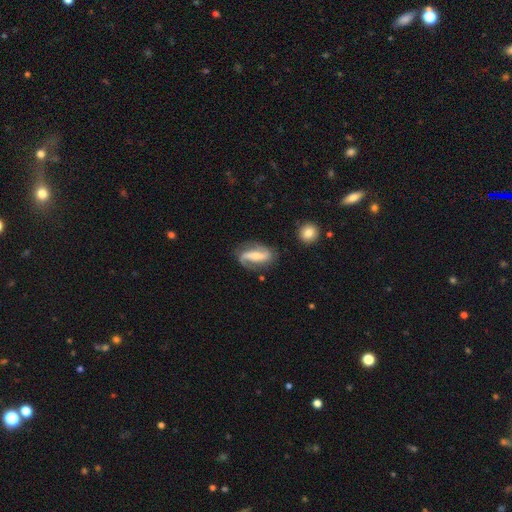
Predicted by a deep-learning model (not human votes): featured or disk 79%, smooth 15%, star or artifact 6%. Down the decision tree: edge-on disk — no (93%); bar — strong (51%); spiral arms — yes (94%); spiral arm count — 2 (87%); spiral winding — loose (51%); bulge size — moderate (45%); merging — none (75%).